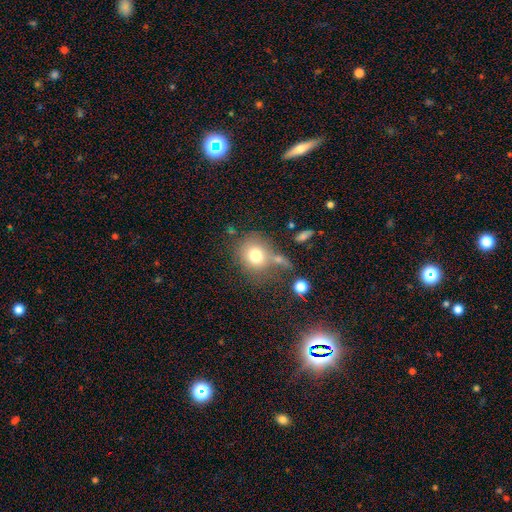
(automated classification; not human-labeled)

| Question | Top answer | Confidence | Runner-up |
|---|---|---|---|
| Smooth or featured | smooth | 75% | featured or disk (14%) |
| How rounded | round | 77% | in between (22%) |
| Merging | none | 51% | merger (21%) |